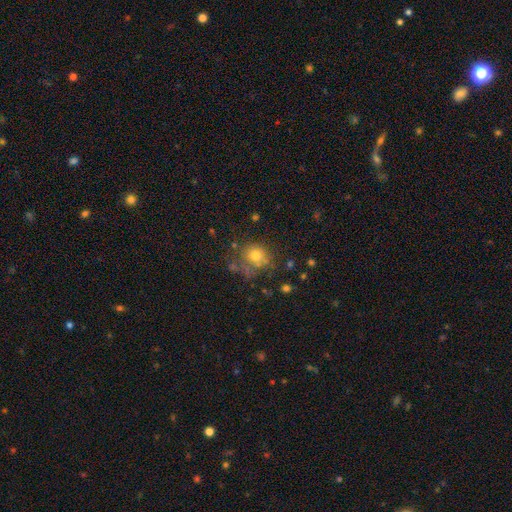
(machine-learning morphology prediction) Q: Smooth or featured?
A: smooth (72%); runner-up: star or artifact (14%)
Q: How rounded?
A: round (76%); runner-up: in between (23%)
Q: Merging?
A: none (58%); runner-up: minor disturbance (20%)